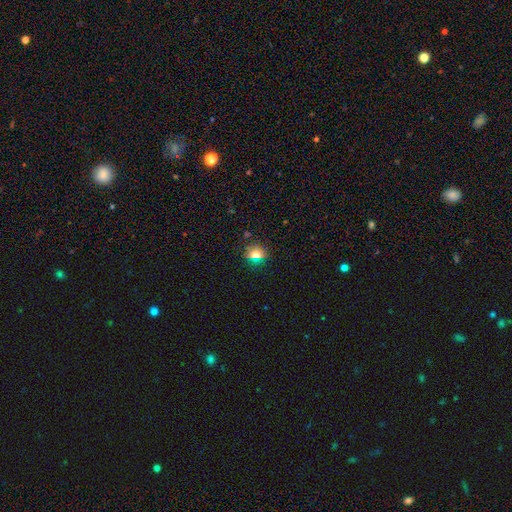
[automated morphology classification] Smooth or featured? Predicted: smooth (p=0.71). How rounded? Predicted: round (p=0.76). Merging? Predicted: none (p=0.86).